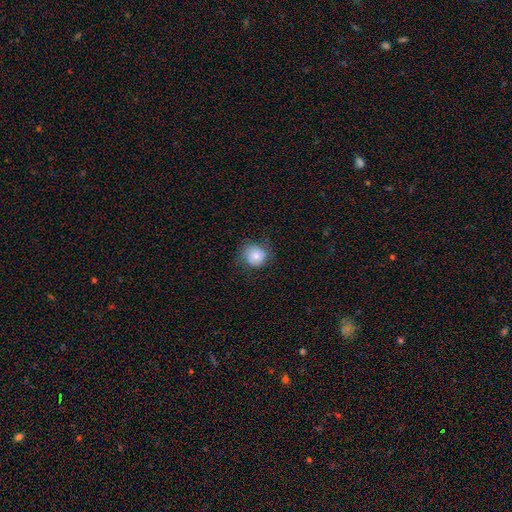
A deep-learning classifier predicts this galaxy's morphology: Overall: smooth (78%). How rounded: round (85%). Merging: none (73%).